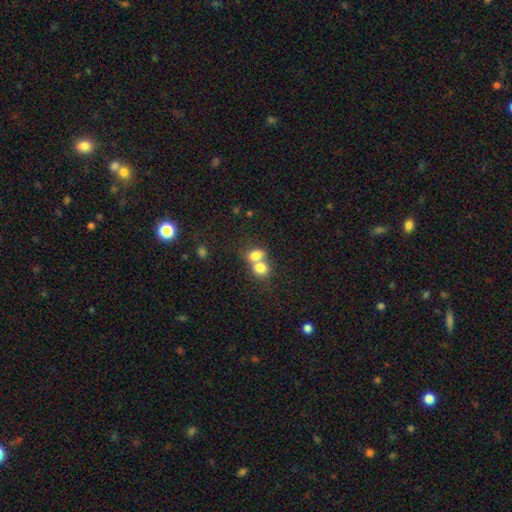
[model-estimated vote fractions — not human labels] smooth-or-featured: smooth: 77% | featured or disk: 13% | star or artifact: 10%
  how-rounded: in between: 57% | round: 41% | cigar-shaped: 2%
  merging: merger: 67% | none: 23% | minor disturbance: 6% | major disturbance: 3%